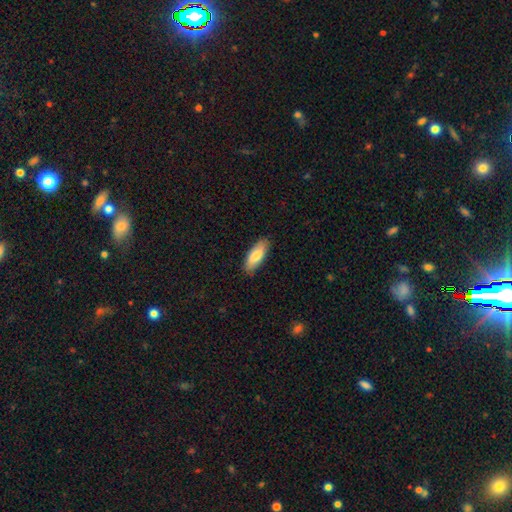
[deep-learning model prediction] smooth_or_featured: smooth (p=0.80) [alt: featured or disk p=0.15]
how_rounded: in between (p=0.74) [alt: cigar-shaped p=0.24]
merging: none (p=0.86) [alt: minor disturbance p=0.11]